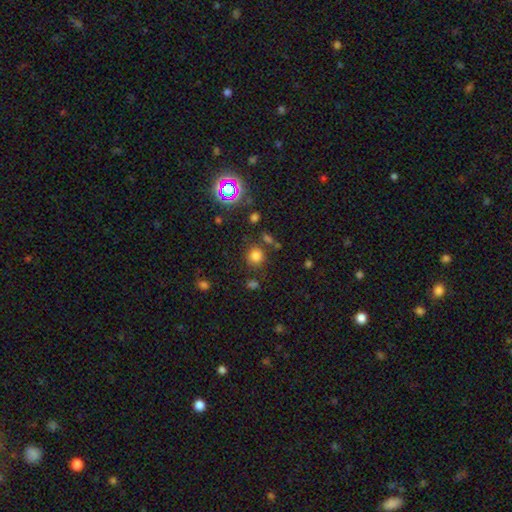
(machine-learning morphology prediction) Smooth or featured?
  - smooth: 75% *
  - star or artifact: 18%
  - featured or disk: 7%
How rounded?
  - round: 87% *
  - in between: 12%
  - cigar-shaped: 1%
Merging?
  - none: 76% *
  - minor disturbance: 11%
  - merger: 8%
  - major disturbance: 5%